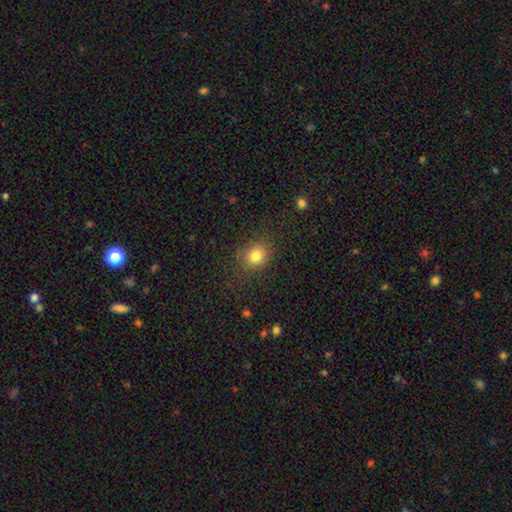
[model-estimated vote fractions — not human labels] Smooth or featured: smooth — 80% (star or artifact — 13%)
How rounded: round — 68% (in between — 31%)
Merging: none — 81% (minor disturbance — 12%)